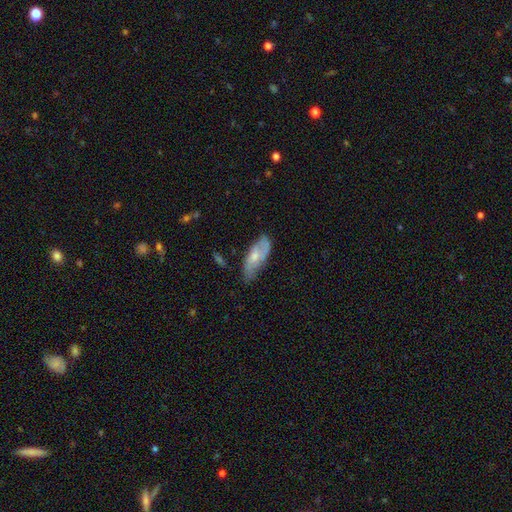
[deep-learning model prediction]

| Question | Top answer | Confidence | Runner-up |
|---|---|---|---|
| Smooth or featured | smooth | 49% | featured or disk (45%) |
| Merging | none | 56% | minor disturbance (31%) |